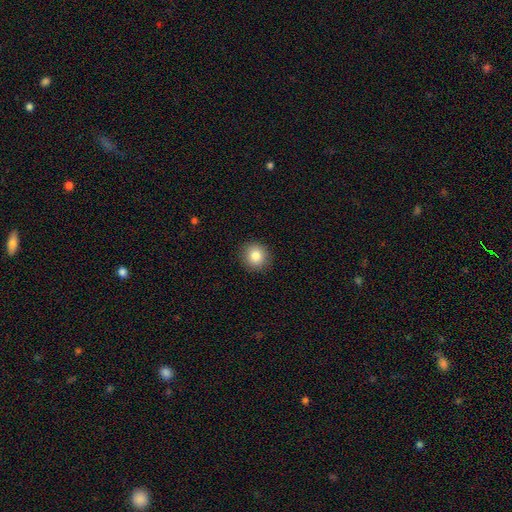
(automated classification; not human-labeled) Morphology: type=smooth (83%); roundness=round (90%); merging=none (91%).